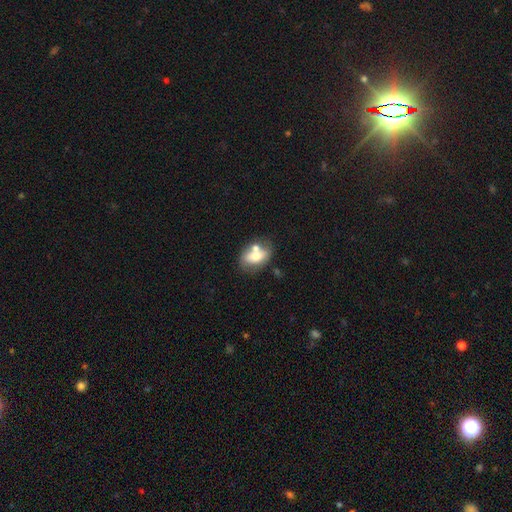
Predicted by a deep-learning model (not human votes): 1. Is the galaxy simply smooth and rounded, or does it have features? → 61% smooth, 31% featured or disk, 8% star or artifact.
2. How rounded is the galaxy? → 77% in between, 21% round, 2% cigar-shaped.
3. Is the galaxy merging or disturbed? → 48% none, 30% merger, 17% minor disturbance, 6% major disturbance.